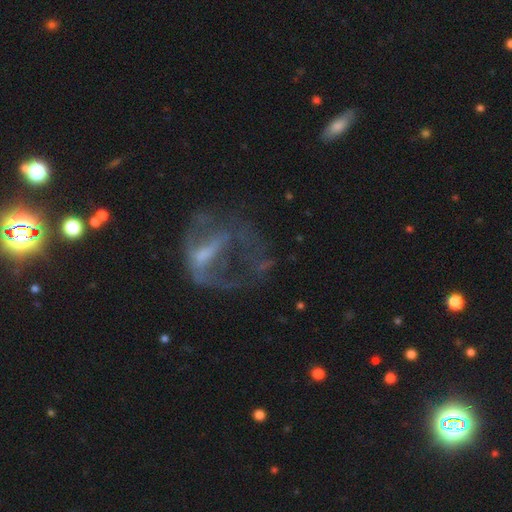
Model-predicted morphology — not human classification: featured or disk 59%, star or artifact 21%, smooth 20%. Down the decision tree: edge-on disk — no (93%); bar — no (51%); spiral arms — no (68%); bulge size — none (38%); merging — major disturbance (52%).